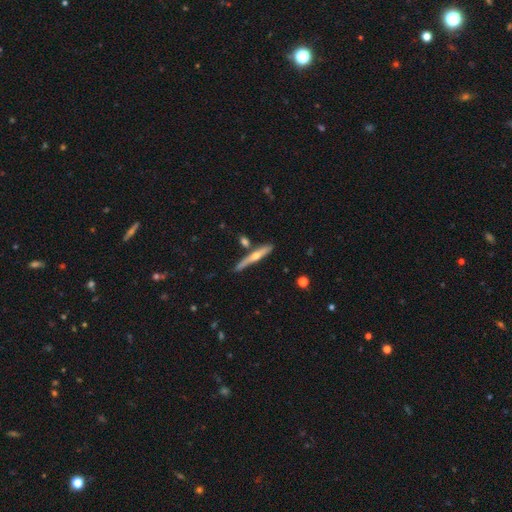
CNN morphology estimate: Smooth or featured: featured or disk — 60% (smooth — 34%)
Edge-on disk: yes — 96% (no — 4%)
Edge-on bulge: rounded — 86% (none — 11%)
Merging: none — 76% (minor disturbance — 13%)